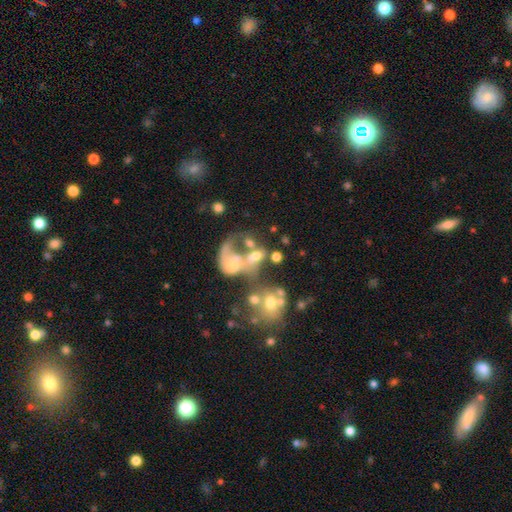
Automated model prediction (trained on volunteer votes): The model was most divided on "smooth or featured": featured or disk: 46%, smooth: 36%, star or artifact: 18%. More confident: merging — merger (55%).